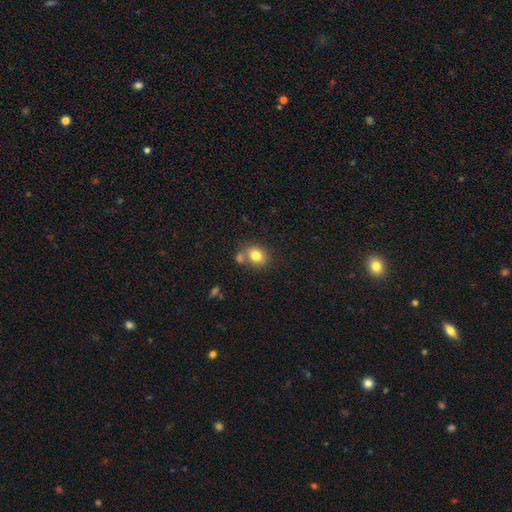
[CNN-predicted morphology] type=smooth (79%); roundness=round (60%); merging=none (63%).